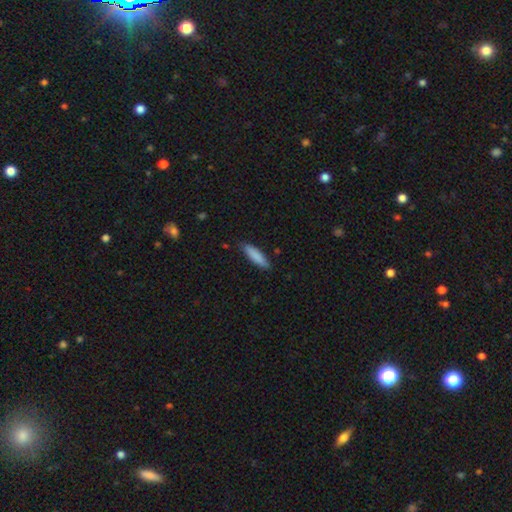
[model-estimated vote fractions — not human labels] A smooth galaxy with no disk features (85%) that is cigar-shaped (68%).

Vote fractions:
- Smooth or featured? smooth: 85% / featured or disk: 10% / star or artifact: 6%
- How rounded? cigar-shaped: 68% / in between: 31% / round: 1%
- Merging? none: 83% / minor disturbance: 13% / major disturbance: 2% / merger: 1%